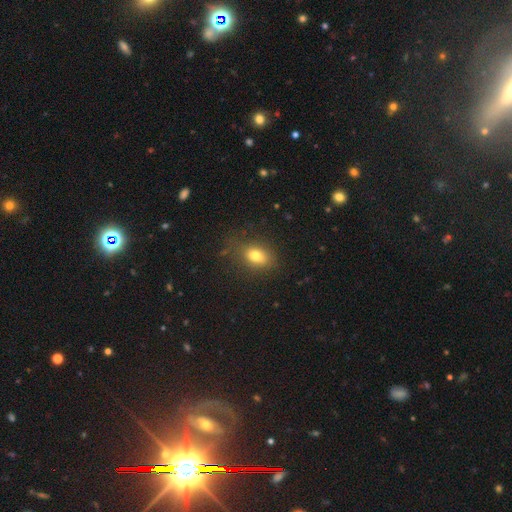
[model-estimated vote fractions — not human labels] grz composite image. It shows a smooth galaxy with no disk features (76%) that is in between round and cigar-shaped (72%). Merging: none (76%).